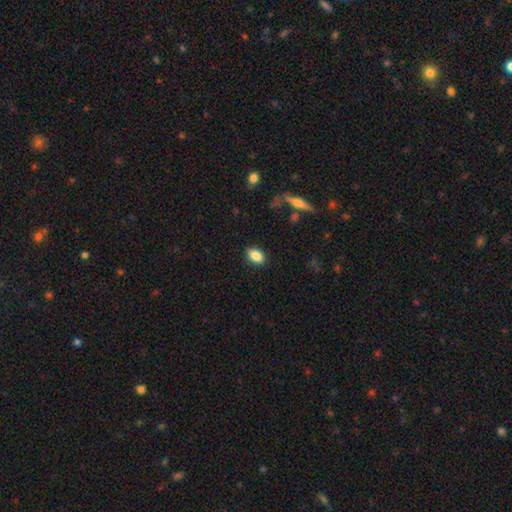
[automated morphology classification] Overall: smooth (87%). How rounded: in between (88%). Merging: none (88%).